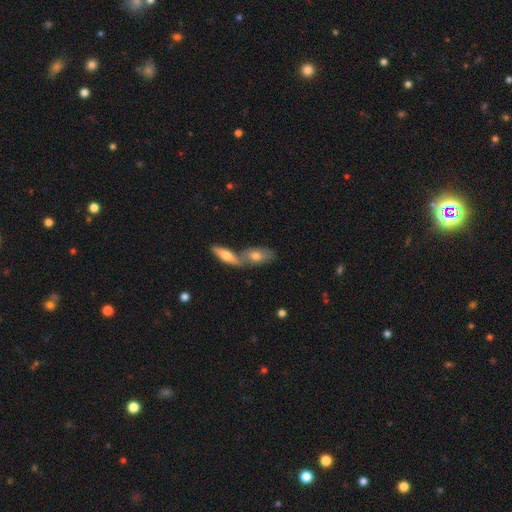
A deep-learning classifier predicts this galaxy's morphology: Q: Smooth or featured?
A: smooth (66%); runner-up: featured or disk (28%)
Q: How rounded?
A: in between (81%); runner-up: cigar-shaped (15%)
Q: Merging?
A: merger (50%); runner-up: none (38%)